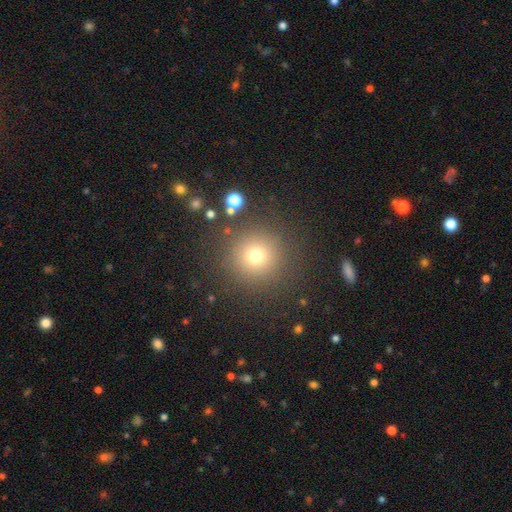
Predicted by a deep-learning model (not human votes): The model was most divided on "smooth or featured": smooth: 72%, star or artifact: 19%, featured or disk: 9%. More confident: how rounded — round (95%); merging — none (88%).